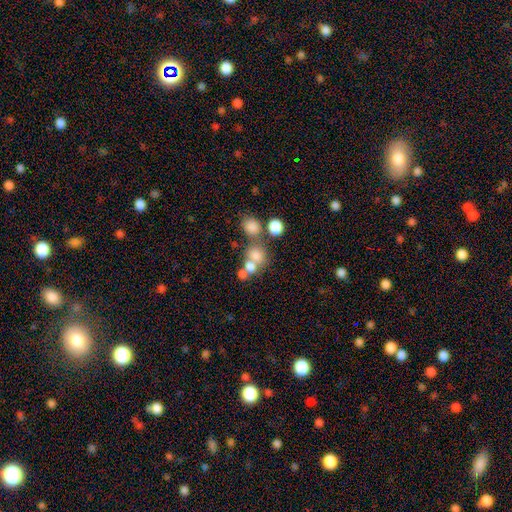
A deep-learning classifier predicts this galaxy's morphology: Q: Smooth or featured?
A: smooth (69%); runner-up: featured or disk (16%)
Q: How rounded?
A: round (64%); runner-up: in between (35%)
Q: Merging?
A: merger (49%); runner-up: none (36%)